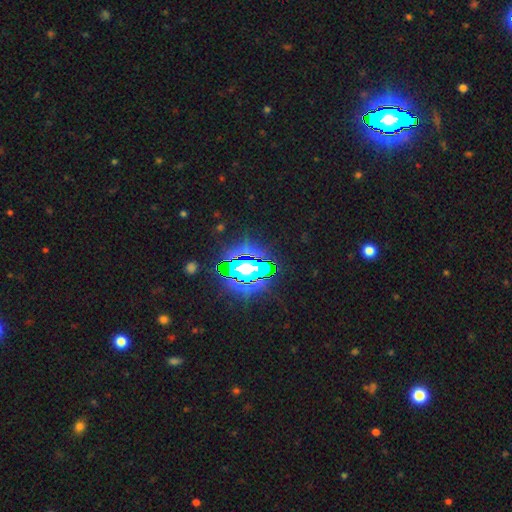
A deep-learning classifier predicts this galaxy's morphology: A star or artifact, not a galaxy (84%).

Vote fractions:
- Smooth or featured? star or artifact: 84% / smooth: 10% / featured or disk: 7%